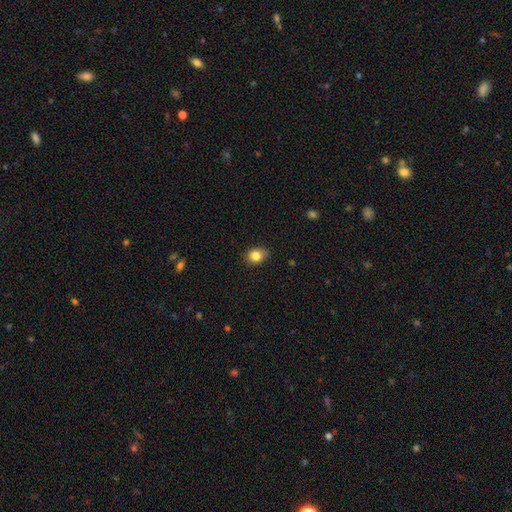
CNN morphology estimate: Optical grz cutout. It shows a smooth galaxy with no disk features (83%) that is round (52%). Merging: none (73%).